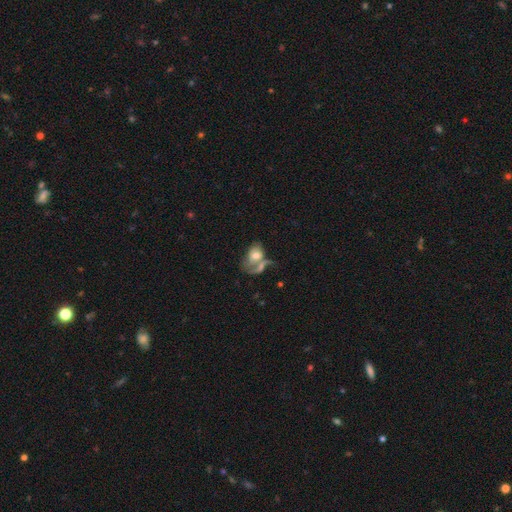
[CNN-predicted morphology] smooth 50%, featured or disk 42%, star or artifact 8%. Down the decision tree: merging — merger (54%).